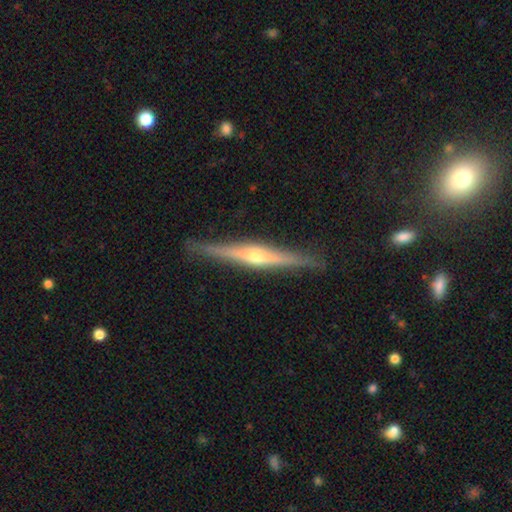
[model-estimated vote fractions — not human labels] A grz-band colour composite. It shows a featured or disk galaxy (79%) viewed edge-on (98%) with a rounded central bulge (88%). Merging: none (89%).